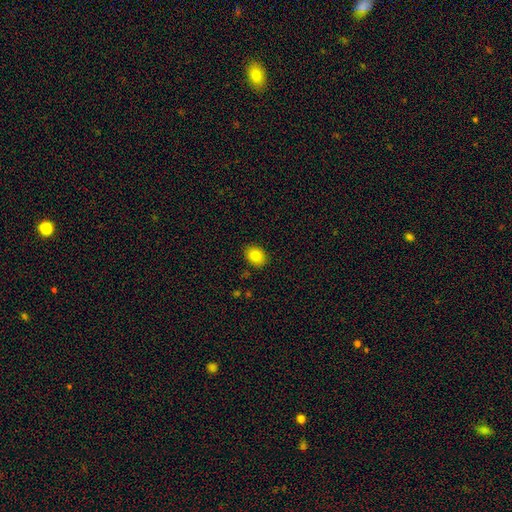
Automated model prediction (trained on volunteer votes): Smooth or featured: smooth — 83% (star or artifact — 9%)
How rounded: in between — 59% (round — 40%)
Merging: none — 89% (minor disturbance — 8%)